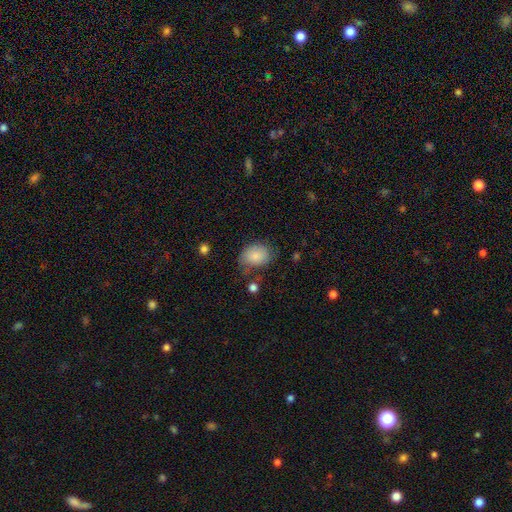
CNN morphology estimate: This is clearly a smooth galaxy (83%). How rounded: likely in between (68%). Merging: possibly none (56%).